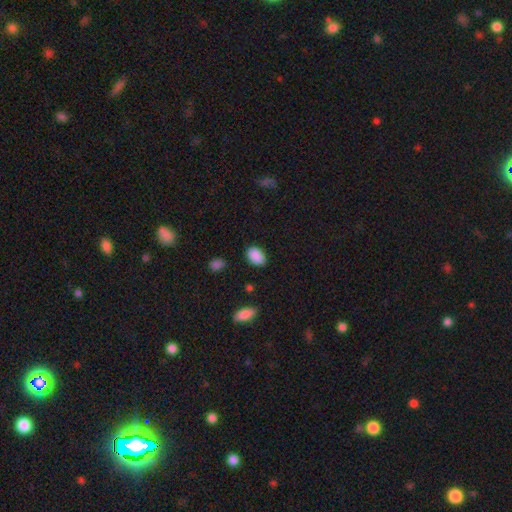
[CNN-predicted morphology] Smooth or featured? smooth (89%)
How rounded? in between (84%)
Merging? none (84%)